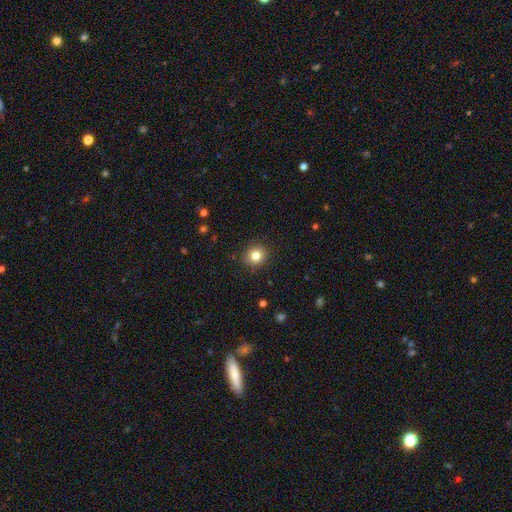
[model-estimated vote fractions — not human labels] Smooth or featured: smooth — 82% (star or artifact — 11%)
How rounded: round — 88% (in between — 12%)
Merging: none — 90% (minor disturbance — 7%)